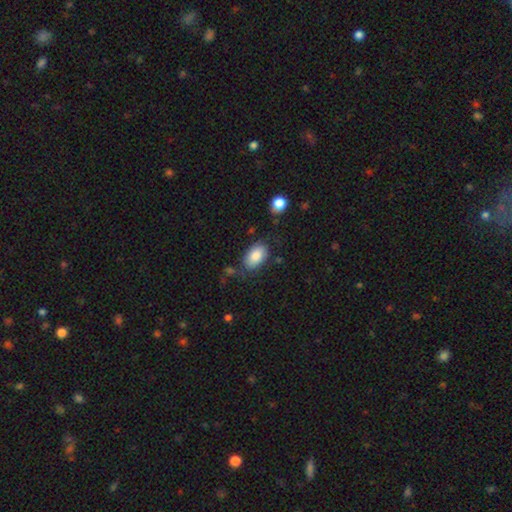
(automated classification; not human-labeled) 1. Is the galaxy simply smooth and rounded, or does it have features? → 86% smooth, 8% featured or disk, 7% star or artifact.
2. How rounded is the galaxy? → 91% in between, 8% round, 1% cigar-shaped.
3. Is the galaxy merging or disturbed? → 72% none, 18% minor disturbance, 6% major disturbance, 4% merger.